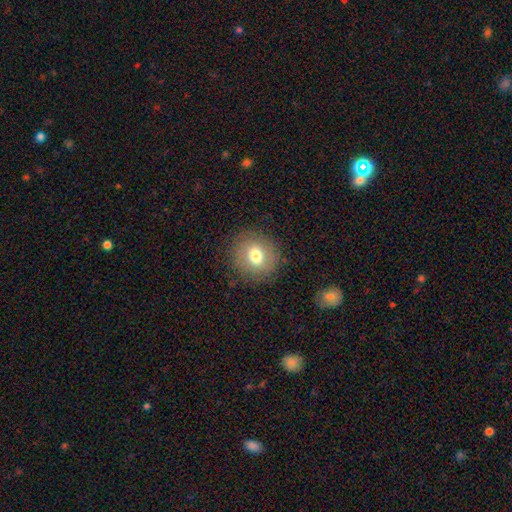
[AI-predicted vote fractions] Smooth or featured: smooth — 72% (featured or disk — 17%)
How rounded: round — 85% (in between — 14%)
Merging: none — 86% (minor disturbance — 9%)